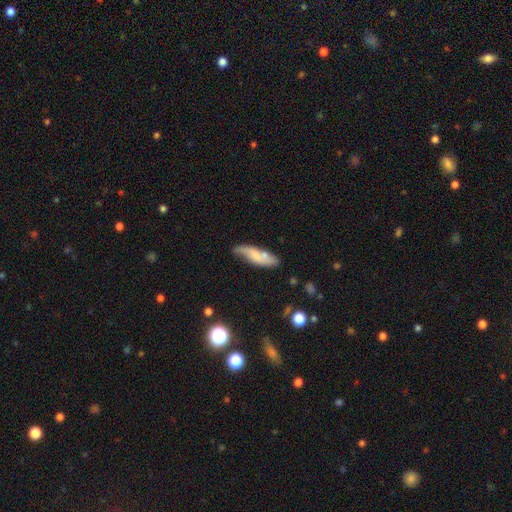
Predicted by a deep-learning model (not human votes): Morphology: type=smooth (55%); roundness=in between (51%); merging=none (56%).